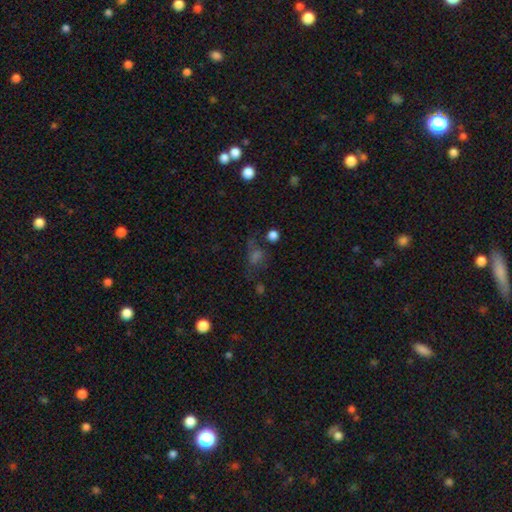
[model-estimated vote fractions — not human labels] Smooth or featured? Predicted: star or artifact (p=0.40, tied with smooth).